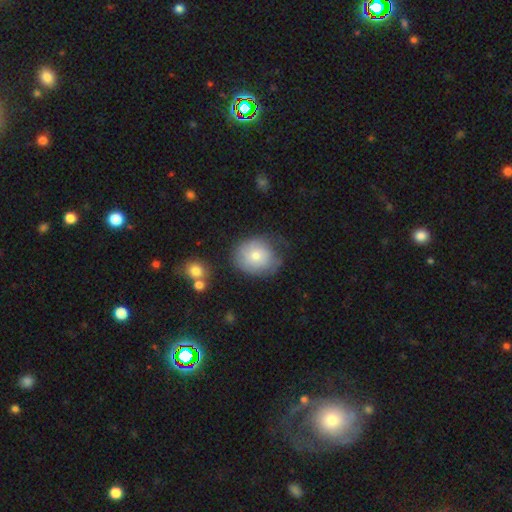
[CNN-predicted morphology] A smooth galaxy with no disk features (70%) that is round (74%). Merging: none (59%).